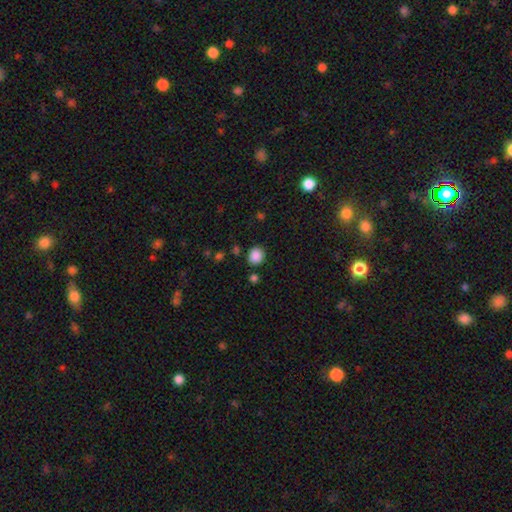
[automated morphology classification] Smooth or featured? smooth (87%)
How rounded? round (78%)
Merging? none (85%)